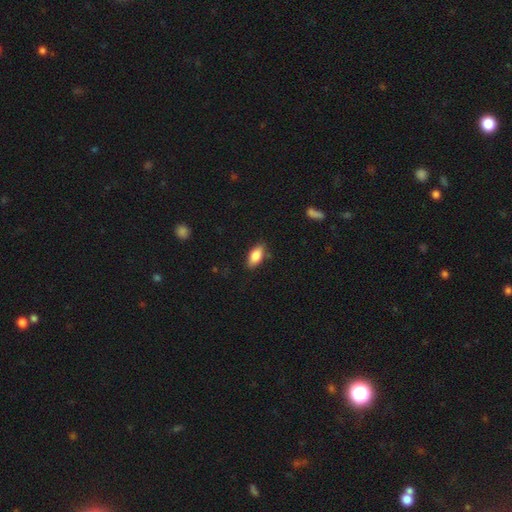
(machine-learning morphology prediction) Smooth or featured: smooth — 82% (featured or disk — 11%)
How rounded: in between — 88% (cigar-shaped — 9%)
Merging: none — 81% (minor disturbance — 14%)